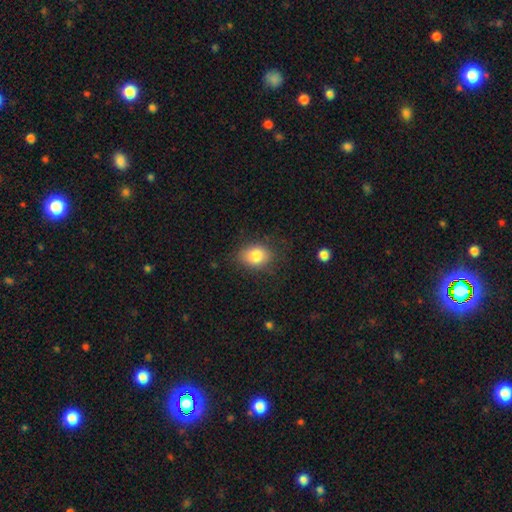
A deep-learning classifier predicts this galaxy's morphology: A smooth galaxy with no disk features (82%) that is in between round and cigar-shaped (59%). Merging: none (77%).